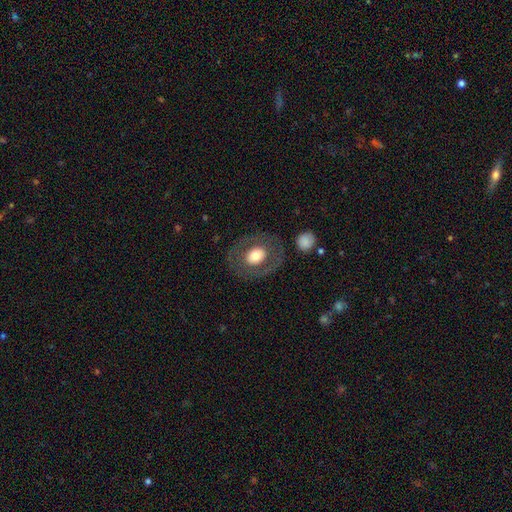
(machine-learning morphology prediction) Q: Smooth or featured?
A: smooth (59%); runner-up: featured or disk (34%)
Q: How rounded?
A: in between (55%); runner-up: round (44%)
Q: Merging?
A: none (80%); runner-up: minor disturbance (11%)